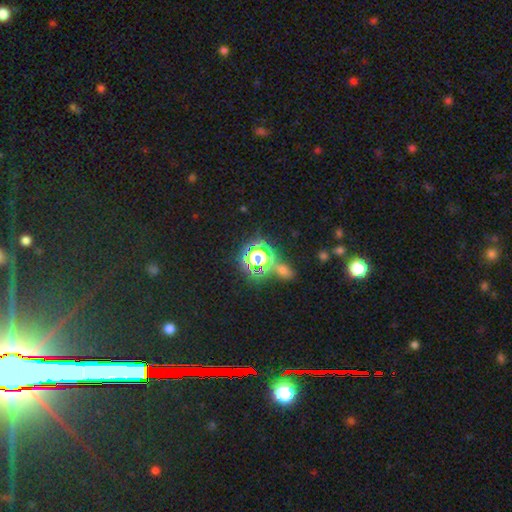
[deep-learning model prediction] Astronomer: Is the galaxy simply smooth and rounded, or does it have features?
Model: star or artifact — 67%.